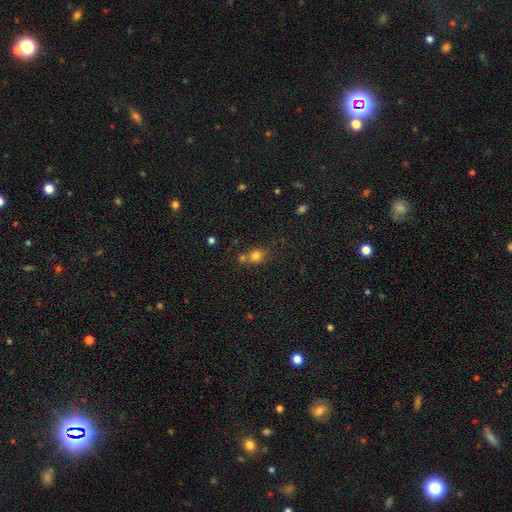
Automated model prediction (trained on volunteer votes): The model was most divided on "merging": none: 51%, merger: 33%, minor disturbance: 11%, major disturbance: 4%. More confident: smooth or featured — smooth (77%); how rounded — round (69%).